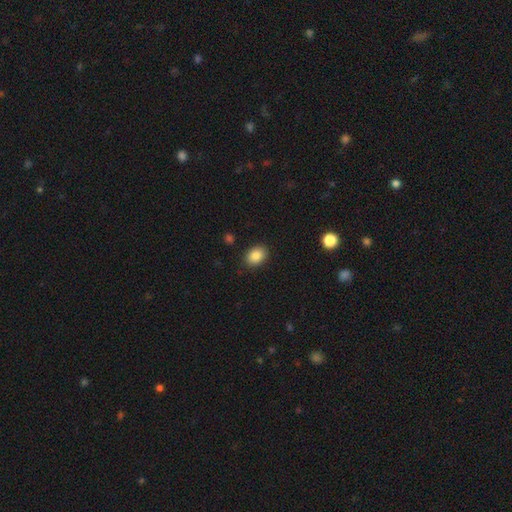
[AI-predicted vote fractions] smooth 86%, star or artifact 9%, featured or disk 5%. Down the decision tree: how rounded — in between (71%); merging — none (87%).